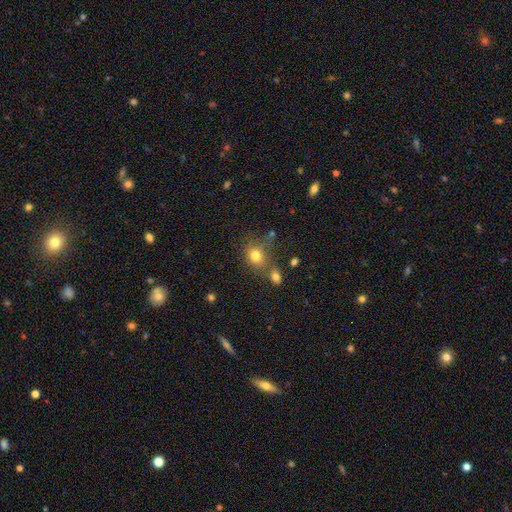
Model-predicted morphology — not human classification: A smooth galaxy with no disk features (77%) that is round (58%).

Vote fractions:
- Smooth or featured? smooth: 77% / star or artifact: 13% / featured or disk: 10%
- How rounded? round: 58% / in between: 41% / cigar-shaped: 1%
- Merging? none: 55% / merger: 20% / minor disturbance: 17% / major disturbance: 8%